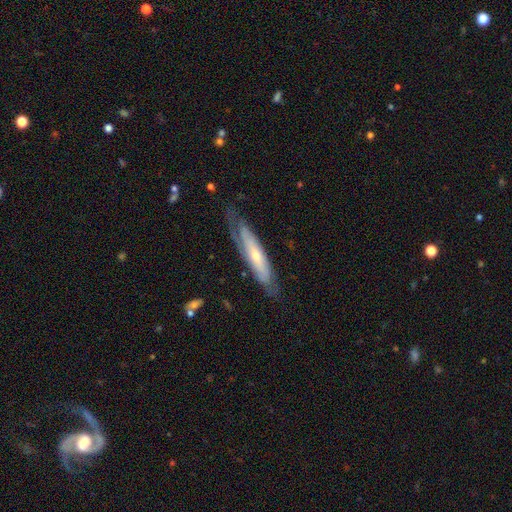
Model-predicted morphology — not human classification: This is likely a featured or disk galaxy (68%). It is possibly not viewed edge-on (58%). Merging: likely none (66%).